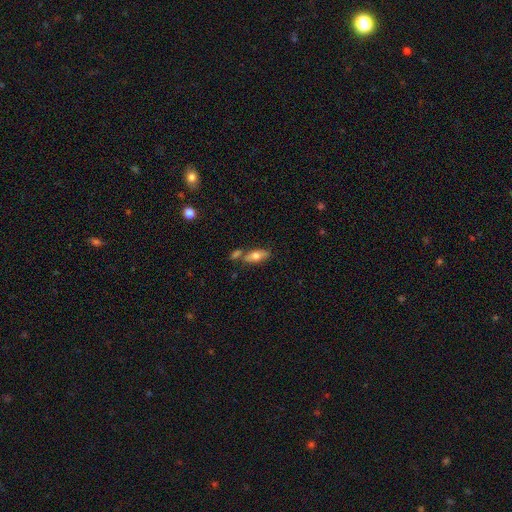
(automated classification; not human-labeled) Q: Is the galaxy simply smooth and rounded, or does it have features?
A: smooth — 65%.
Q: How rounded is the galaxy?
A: in between — 75%.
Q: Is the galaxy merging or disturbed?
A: none — 58%.